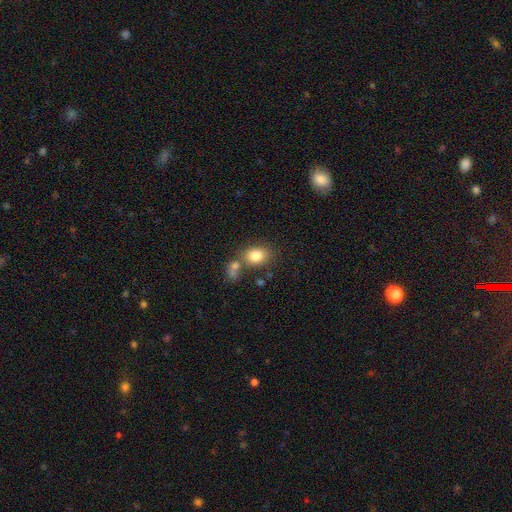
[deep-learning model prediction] Smooth or featured? smooth (81%)
How rounded? in between (61%)
Merging? none (59%)